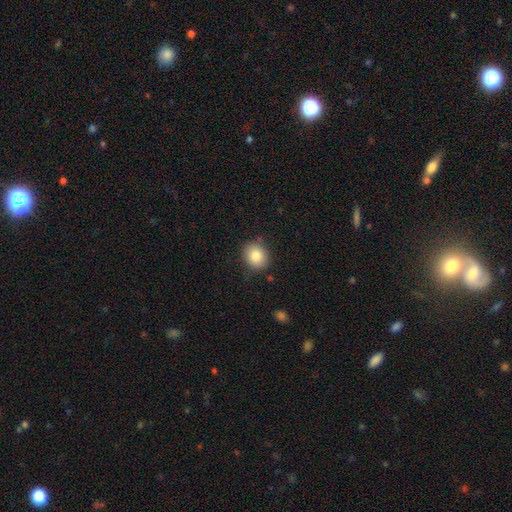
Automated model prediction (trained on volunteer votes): smooth 84%, star or artifact 9%, featured or disk 7%. Down the decision tree: how rounded — round (65%); merging — none (82%).